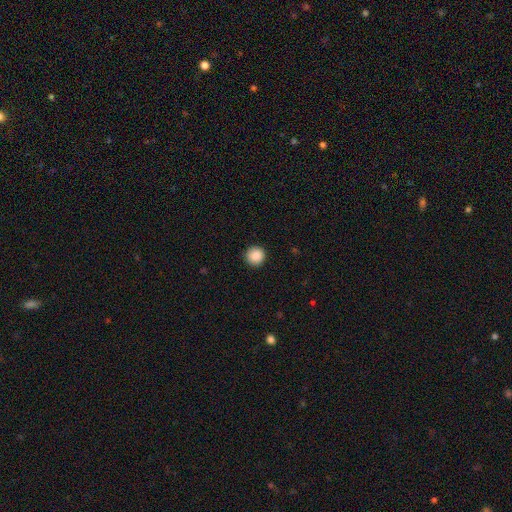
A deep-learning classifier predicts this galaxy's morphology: Q: Smooth or featured?
A: smooth (88%); runner-up: star or artifact (9%)
Q: How rounded?
A: round (96%); runner-up: in between (3%)
Q: Merging?
A: none (92%); runner-up: minor disturbance (5%)